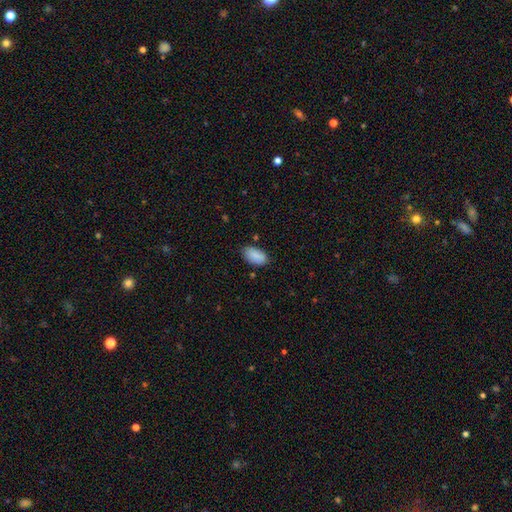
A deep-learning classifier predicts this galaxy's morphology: The model was most divided on "merging": none: 78%, minor disturbance: 17%, major disturbance: 3%, merger: 2%. More confident: how rounded — in between (94%); smooth or featured — smooth (89%).